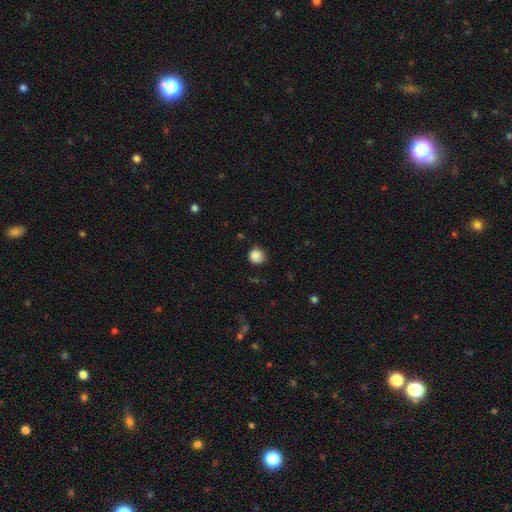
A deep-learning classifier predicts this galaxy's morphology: Q: Smooth or featured?
A: smooth (87%); runner-up: star or artifact (10%)
Q: How rounded?
A: round (92%); runner-up: in between (7%)
Q: Merging?
A: none (83%); runner-up: minor disturbance (13%)